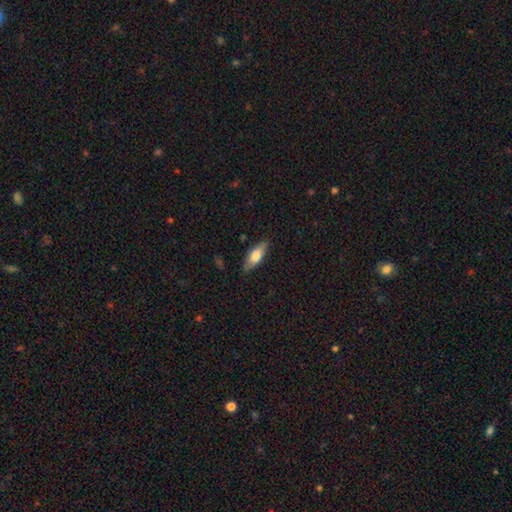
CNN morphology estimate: A smooth galaxy with no disk features (70%) that is in between round and cigar-shaped (68%). Merging: none (83%).